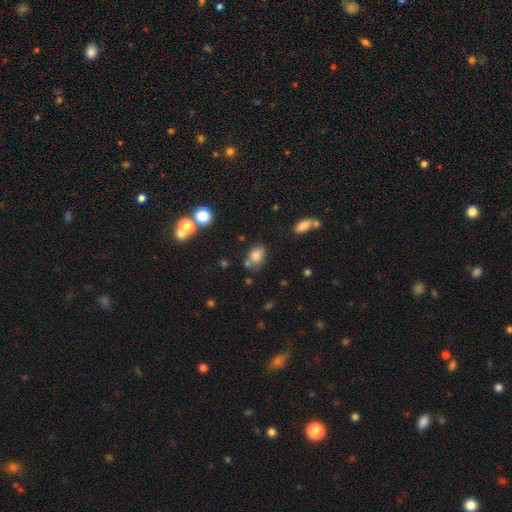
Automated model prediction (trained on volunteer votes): Morphology: type=smooth (79%); roundness=in between (66%); merging=none (65%).